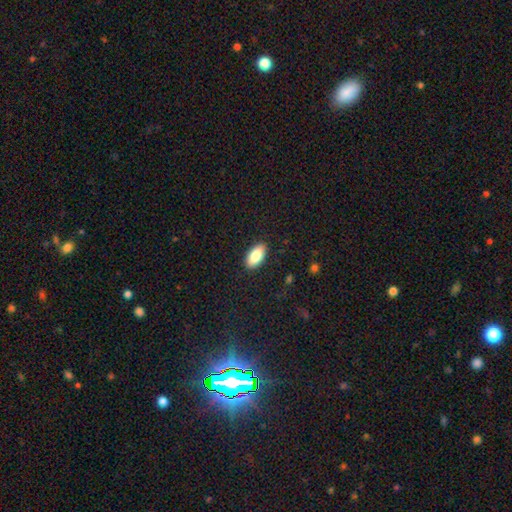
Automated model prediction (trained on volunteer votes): smooth 84%, featured or disk 10%, star or artifact 6%. Down the decision tree: how rounded — in between (94%); merging — none (89%).